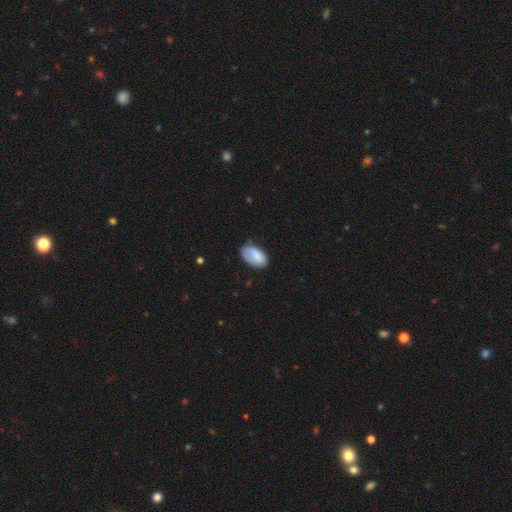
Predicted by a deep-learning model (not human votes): This is clearly a smooth galaxy (80%). How rounded: clearly in between (94%). Merging: likely none (65%).